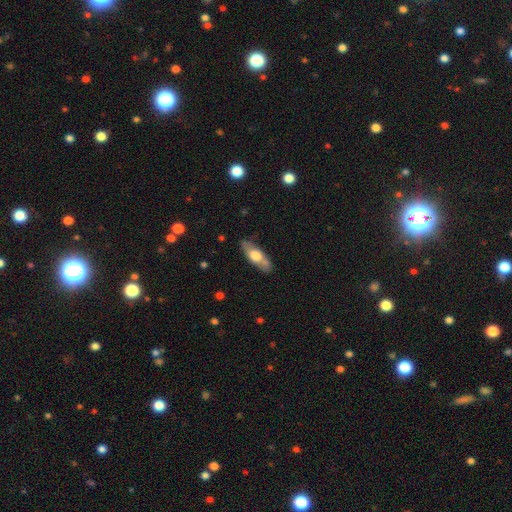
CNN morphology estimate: Smooth or featured: smooth — 52% (featured or disk — 43%)
How rounded: in between — 65% (cigar-shaped — 32%)
Merging: none — 79% (minor disturbance — 15%)